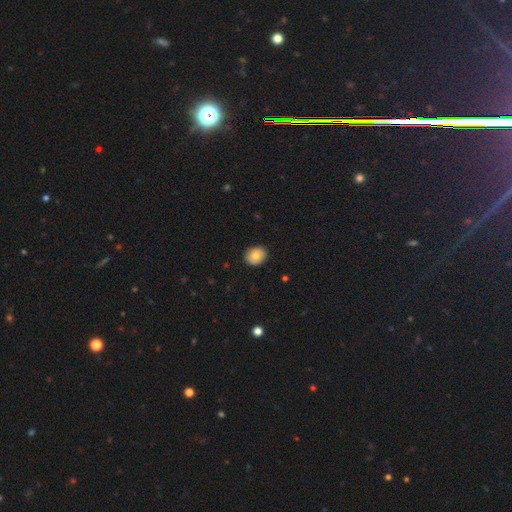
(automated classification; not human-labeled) This appears to be a smooth galaxy with no disk features (81%) that is round (60%). Merging: none (88%).